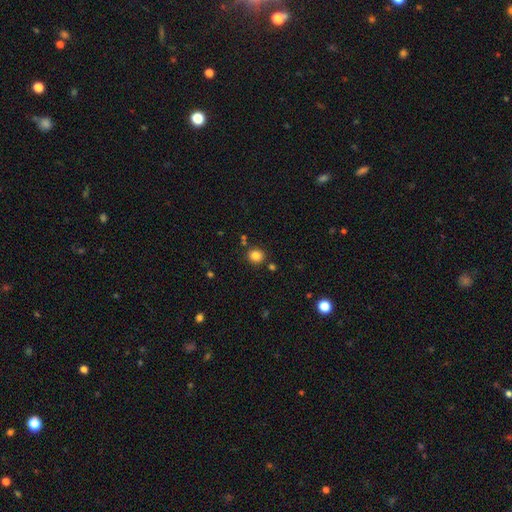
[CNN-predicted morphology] A smooth galaxy with no disk features (83%) that is round (83%).

Vote fractions:
- Smooth or featured? smooth: 83% / star or artifact: 12% / featured or disk: 5%
- How rounded? round: 83% / in between: 16% / cigar-shaped: 1%
- Merging? none: 83% / minor disturbance: 8% / merger: 5% / major disturbance: 3%